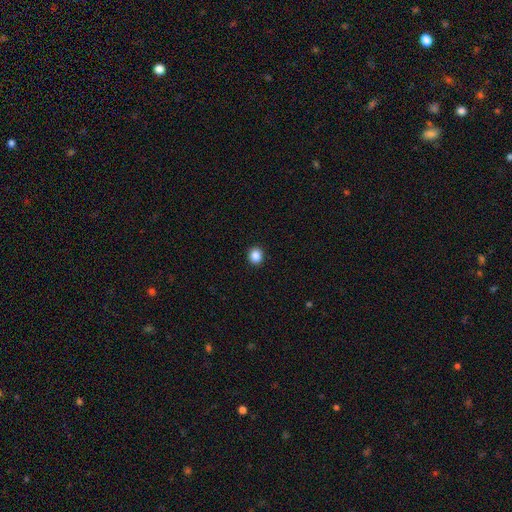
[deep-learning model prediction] A smooth galaxy with no disk features (87%) that is round (81%).

Vote fractions:
- Smooth or featured? smooth: 87% / star or artifact: 10% / featured or disk: 3%
- How rounded? round: 81% / in between: 18% / cigar-shaped: 1%
- Merging? none: 93% / minor disturbance: 5% / major disturbance: 2% / merger: 1%